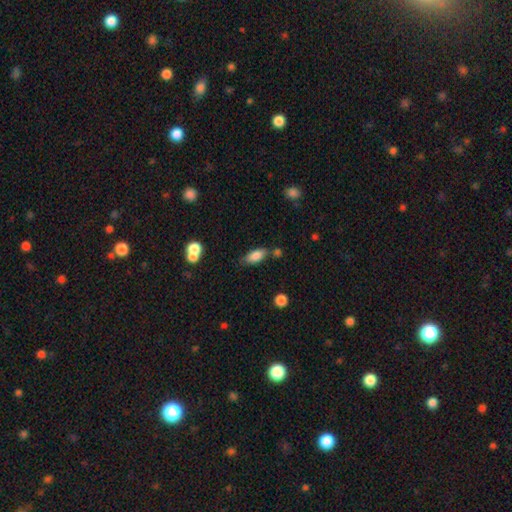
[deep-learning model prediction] Morphology: type=smooth (83%); roundness=in between (84%); merging=none (61%).